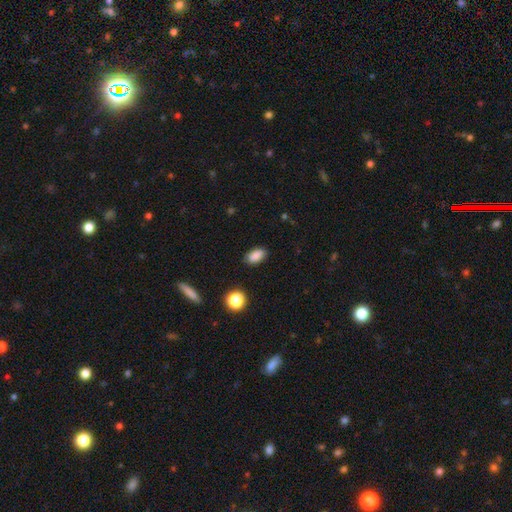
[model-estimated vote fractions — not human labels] Smooth or featured?
  - smooth: 86% *
  - star or artifact: 9%
  - featured or disk: 4%
How rounded?
  - in between: 90% *
  - round: 7%
  - cigar-shaped: 3%
Merging?
  - none: 86% *
  - minor disturbance: 10%
  - major disturbance: 2%
  - merger: 1%